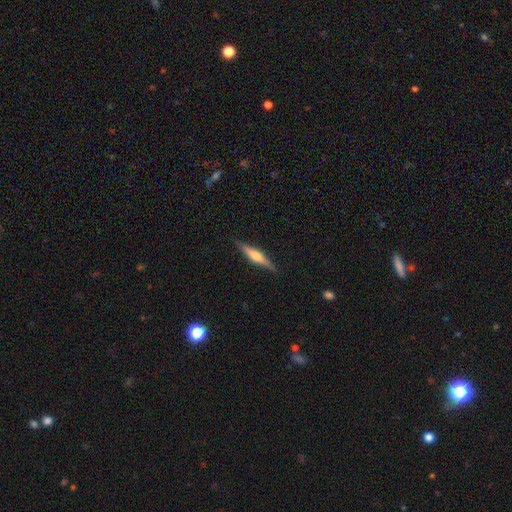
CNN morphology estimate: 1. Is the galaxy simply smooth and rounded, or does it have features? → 57% featured or disk, 37% smooth, 6% star or artifact.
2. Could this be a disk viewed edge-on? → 96% yes, 4% no.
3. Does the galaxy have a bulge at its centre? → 80% rounded, 11% boxy, 9% none.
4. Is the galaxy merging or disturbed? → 89% none, 8% minor disturbance, 2% major disturbance, 1% merger.